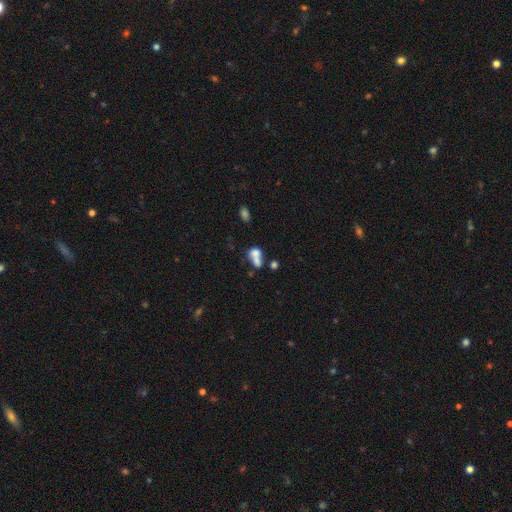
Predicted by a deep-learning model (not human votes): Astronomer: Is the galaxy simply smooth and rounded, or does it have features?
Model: smooth — 67%.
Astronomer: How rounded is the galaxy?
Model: in between — 68%.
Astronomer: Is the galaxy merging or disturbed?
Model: merger — 58%.